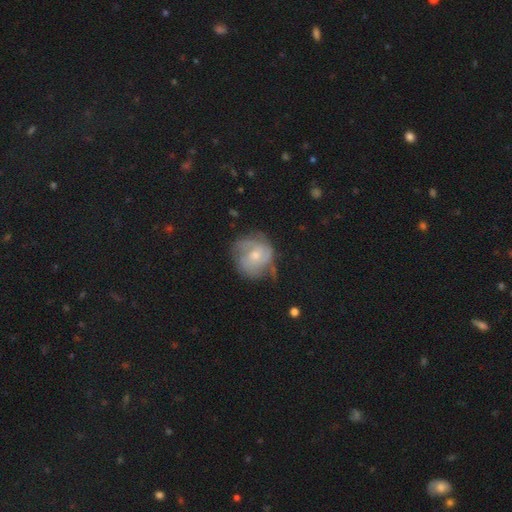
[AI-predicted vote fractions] The model was most divided on "spiral arm count": 2: 33%, can't tell: 30%, 3: 22%, 4: 5%, 1: 5%, more than 4: 4%. Remaining: edge-on disk — no (98%); spiral arms — yes (86%); smooth or featured — featured or disk (71%); bar — no (68%); merging — none (55%); bulge size — moderate (49%); spiral winding — tight (46%).